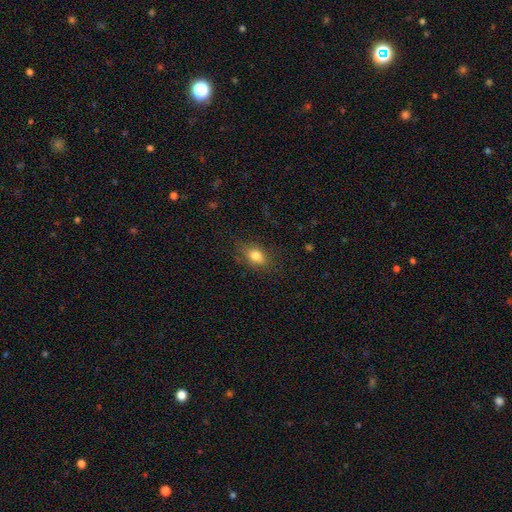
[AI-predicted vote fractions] smooth-or-featured: smooth: 79% | star or artifact: 11% | featured or disk: 10%
  how-rounded: in between: 73% | round: 24% | cigar-shaped: 4%
  merging: none: 77% | minor disturbance: 17% | major disturbance: 5% | merger: 1%